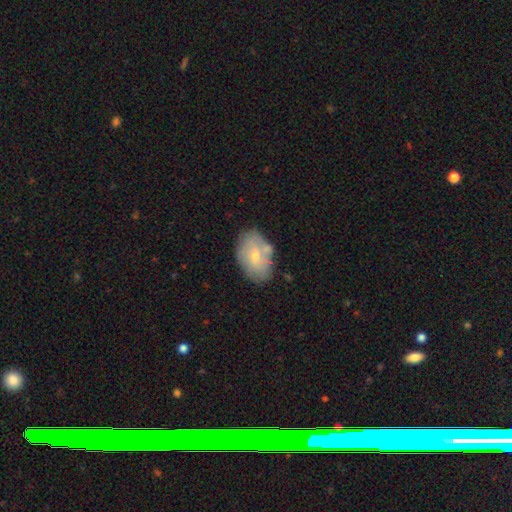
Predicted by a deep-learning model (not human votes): Smooth or featured? Predicted: smooth (p=0.56). How rounded? Predicted: in between (p=0.84). Merging? Predicted: none (p=0.64).